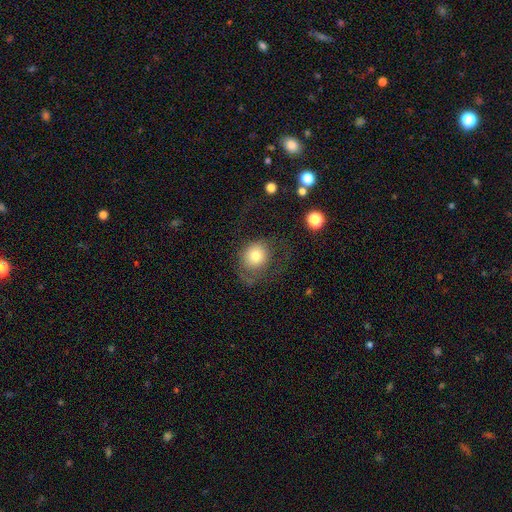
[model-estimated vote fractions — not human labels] smooth_or_featured: smooth (p=0.69) [alt: featured or disk p=0.21]
how_rounded: round (p=0.72) [alt: in between p=0.27]
merging: none (p=0.42) [alt: major disturbance p=0.35]